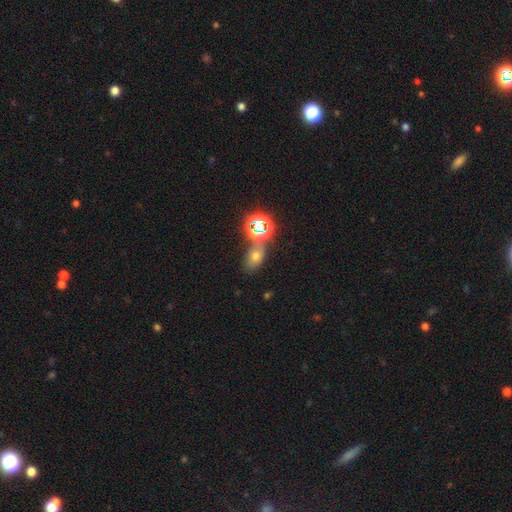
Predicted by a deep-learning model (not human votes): A smooth galaxy with no disk features (51%) that is in between round and cigar-shaped (74%).

Vote fractions:
- Smooth or featured? smooth: 51% / star or artifact: 35% / featured or disk: 13%
- How rounded? in between: 74% / round: 24% / cigar-shaped: 3%
- Merging? none: 65% / merger: 17% / minor disturbance: 13% / major disturbance: 5%